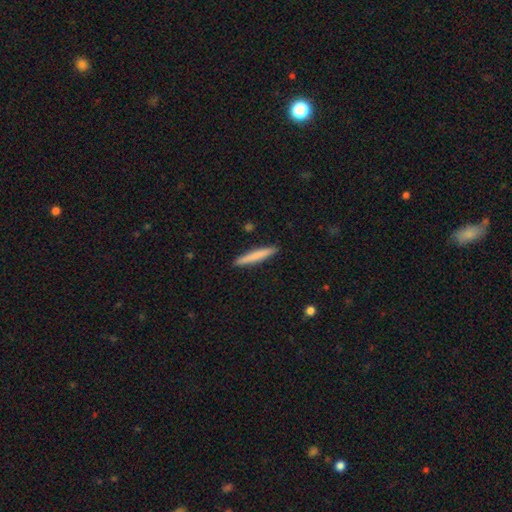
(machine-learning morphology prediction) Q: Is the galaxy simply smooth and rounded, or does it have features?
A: smooth — 76%.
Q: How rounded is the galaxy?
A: cigar-shaped — 95%.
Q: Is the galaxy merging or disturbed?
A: none — 92%.